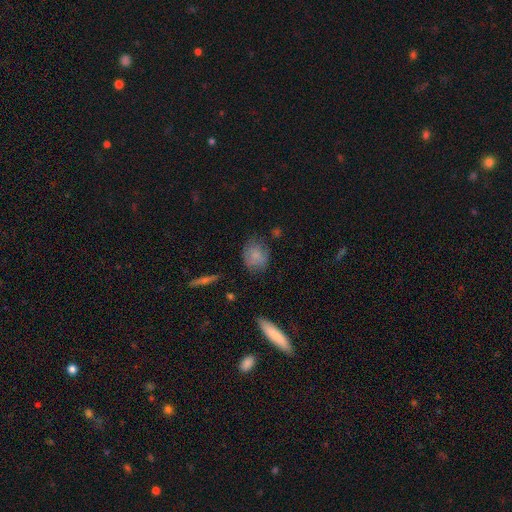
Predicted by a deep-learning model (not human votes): smooth_or_featured: smooth (p=0.74) [alt: featured or disk p=0.17]
how_rounded: round (p=0.56) [alt: in between p=0.42]
merging: none (p=0.63) [alt: minor disturbance p=0.25]